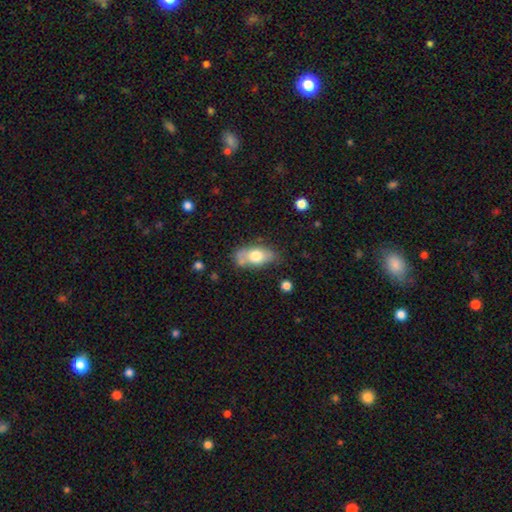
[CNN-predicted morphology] Q: Smooth or featured?
A: smooth (65%); runner-up: featured or disk (28%)
Q: How rounded?
A: in between (86%); runner-up: cigar-shaped (7%)
Q: Merging?
A: none (57%); runner-up: minor disturbance (26%)